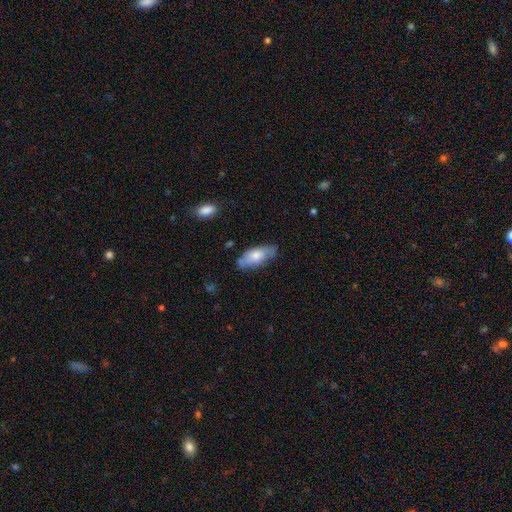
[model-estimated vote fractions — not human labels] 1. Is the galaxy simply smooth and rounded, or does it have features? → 69% smooth, 24% featured or disk, 6% star or artifact.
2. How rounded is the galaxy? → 84% in between, 13% cigar-shaped, 2% round.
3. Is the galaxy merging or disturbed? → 69% none, 24% minor disturbance, 5% major disturbance, 3% merger.